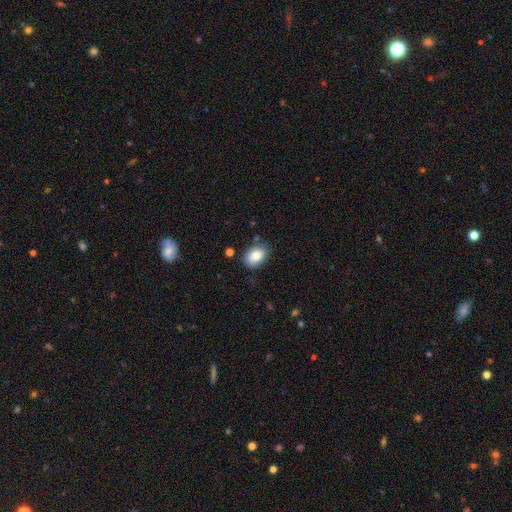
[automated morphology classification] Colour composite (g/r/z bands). It shows a smooth galaxy with no disk features (84%) that is in between round and cigar-shaped (82%). Merging: none (79%).